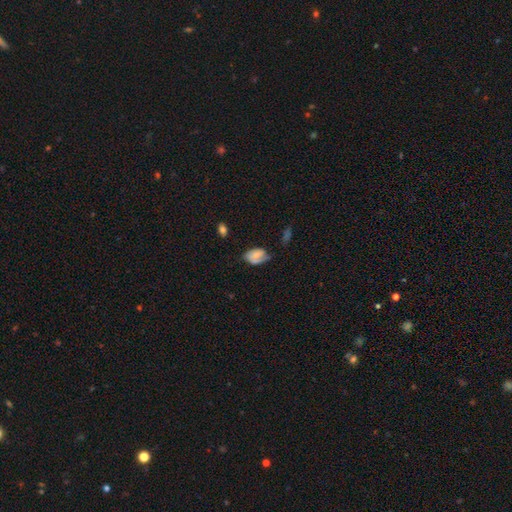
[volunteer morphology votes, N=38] smooth_or_featured: smooth (p=0.47) [alt: featured or disk p=0.45]
how_rounded: in between (p=0.94) [alt: round p=0.06]
merging: none (p=0.54) [alt: minor disturbance p=0.23]